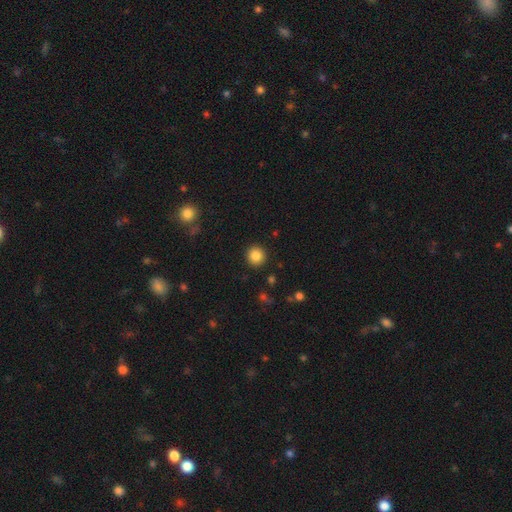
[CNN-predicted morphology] smooth-or-featured: smooth: 86% | star or artifact: 10% | featured or disk: 4%
  how-rounded: round: 93% | in between: 6% | cigar-shaped: 1%
  merging: none: 92% | minor disturbance: 5% | major disturbance: 2% | merger: 1%